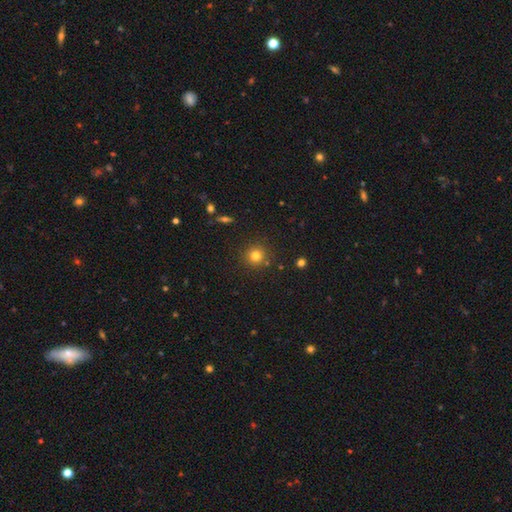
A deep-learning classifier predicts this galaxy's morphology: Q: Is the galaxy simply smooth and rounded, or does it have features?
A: smooth — 79%.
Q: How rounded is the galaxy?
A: round — 93%.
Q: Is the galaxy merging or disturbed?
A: none — 87%.